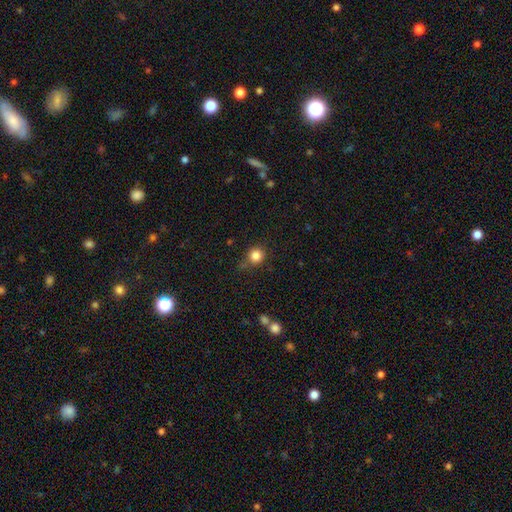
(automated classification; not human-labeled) A smooth galaxy with no disk features (84%) that is round (90%).

Vote fractions:
- Smooth or featured? smooth: 84% / star or artifact: 11% / featured or disk: 5%
- How rounded? round: 90% / in between: 9% / cigar-shaped: 1%
- Merging? none: 76% / minor disturbance: 15% / merger: 5% / major disturbance: 4%